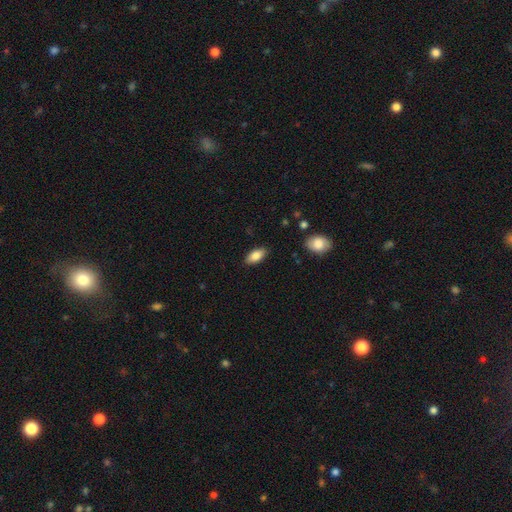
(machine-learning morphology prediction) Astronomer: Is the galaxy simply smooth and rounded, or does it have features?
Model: smooth — 84%.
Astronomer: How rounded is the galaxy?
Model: in between — 90%.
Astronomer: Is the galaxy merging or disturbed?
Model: none — 87%.